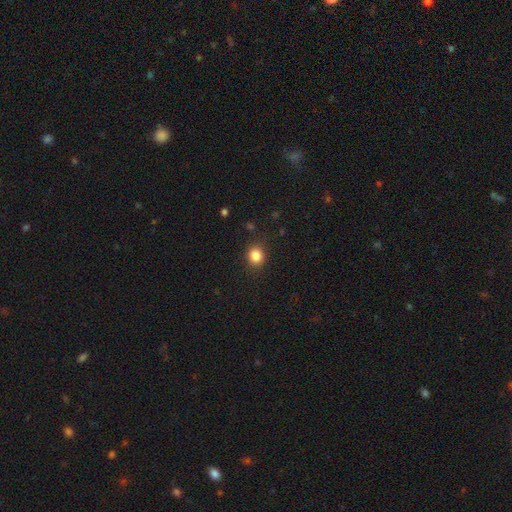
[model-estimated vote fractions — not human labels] Q: Smooth or featured?
A: smooth (85%); runner-up: star or artifact (11%)
Q: How rounded?
A: round (75%); runner-up: in between (24%)
Q: Merging?
A: none (86%); runner-up: minor disturbance (10%)